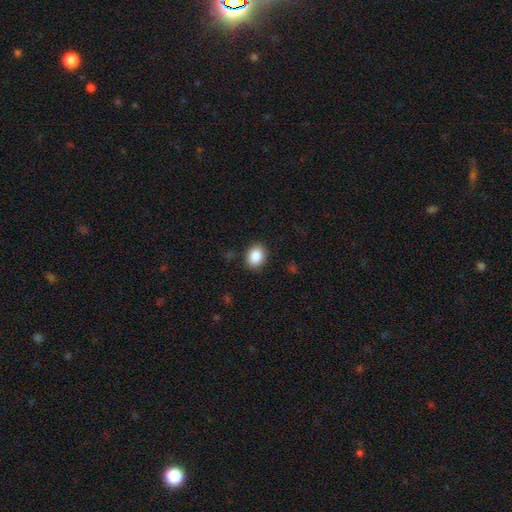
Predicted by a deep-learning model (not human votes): smooth 87%, star or artifact 8%, featured or disk 5%. Down the decision tree: how rounded — in between (51%); merging — none (88%).